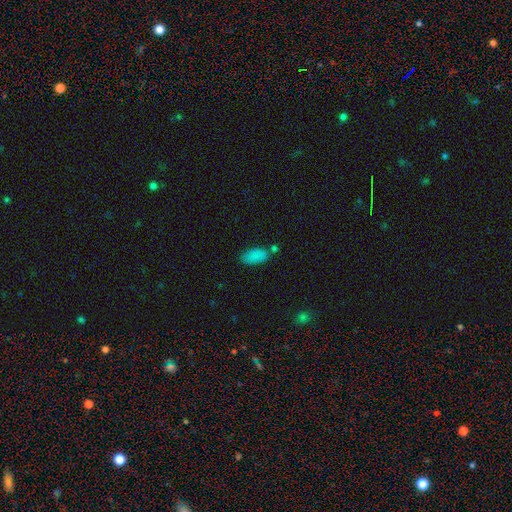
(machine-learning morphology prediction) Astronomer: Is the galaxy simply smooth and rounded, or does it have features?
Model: smooth — 86%.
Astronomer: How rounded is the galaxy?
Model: in between — 91%.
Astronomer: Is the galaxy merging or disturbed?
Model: none — 70%.